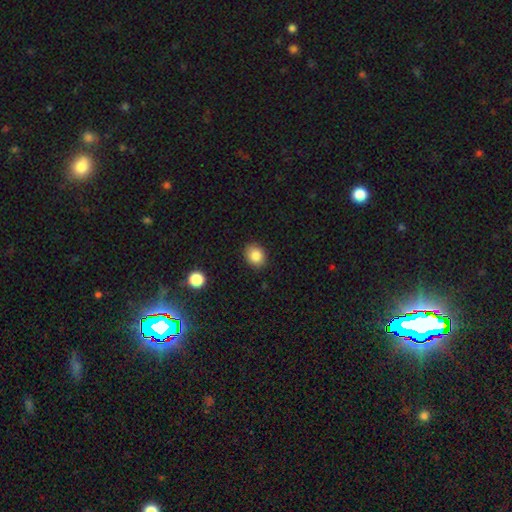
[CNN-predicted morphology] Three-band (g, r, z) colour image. It shows a smooth galaxy with no disk features (85%) that is round (53%). Merging: none (87%).